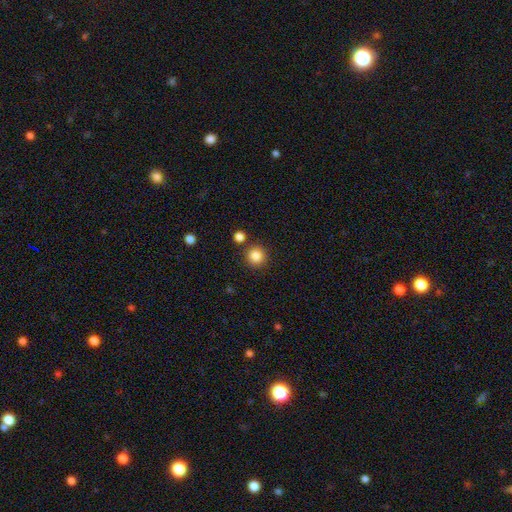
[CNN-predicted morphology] The model was most divided on "smooth or featured": smooth: 85%, star or artifact: 11%, featured or disk: 4%. More confident: how rounded — round (94%); merging — none (85%).